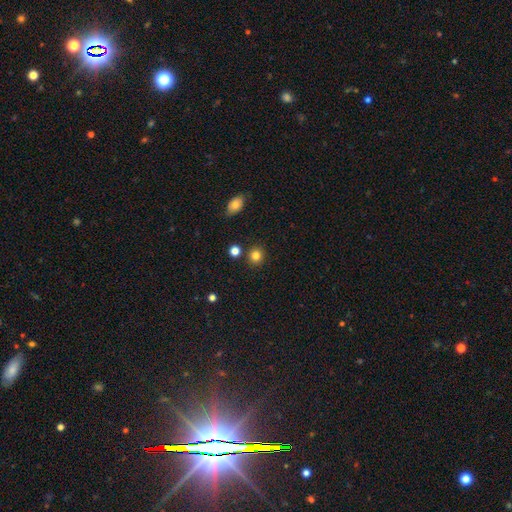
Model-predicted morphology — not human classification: This is clearly a smooth galaxy (83%). How rounded: clearly round (87%). Merging: clearly none (85%).